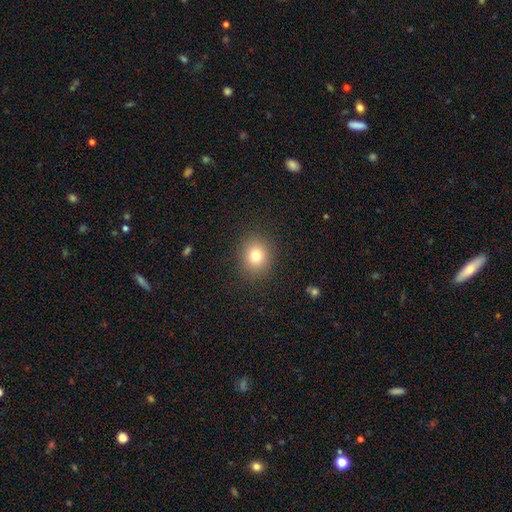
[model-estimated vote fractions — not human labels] The model was most divided on "how rounded": round: 79%, in between: 21%, cigar-shaped: 1%. More confident: merging — none (90%); smooth or featured — smooth (78%).